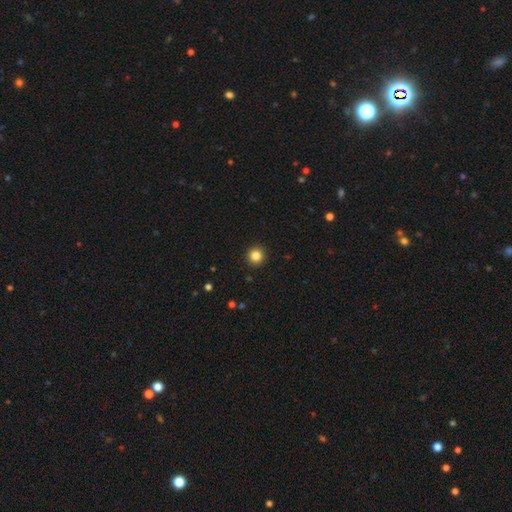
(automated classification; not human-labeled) Smooth or featured?
  - smooth: 84% *
  - star or artifact: 11%
  - featured or disk: 4%
How rounded?
  - round: 96% *
  - in between: 3%
  - cigar-shaped: 1%
Merging?
  - none: 93% *
  - minor disturbance: 4%
  - major disturbance: 2%
  - merger: 1%